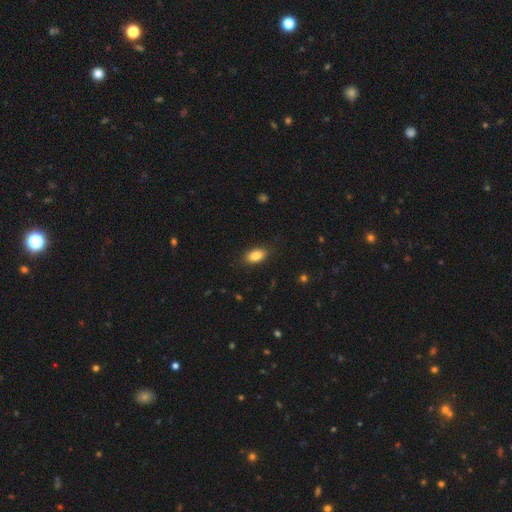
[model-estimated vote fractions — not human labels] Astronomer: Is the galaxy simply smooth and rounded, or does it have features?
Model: smooth — 86%.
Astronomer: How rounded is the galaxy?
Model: in between — 91%.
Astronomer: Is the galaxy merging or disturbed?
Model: none — 86%.